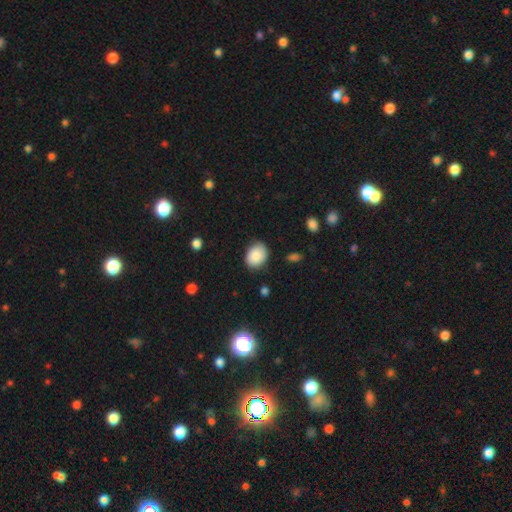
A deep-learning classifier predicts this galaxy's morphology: This appears to be a smooth galaxy with no disk features (87%) that is in between round and cigar-shaped (61%). Merging: none (79%).